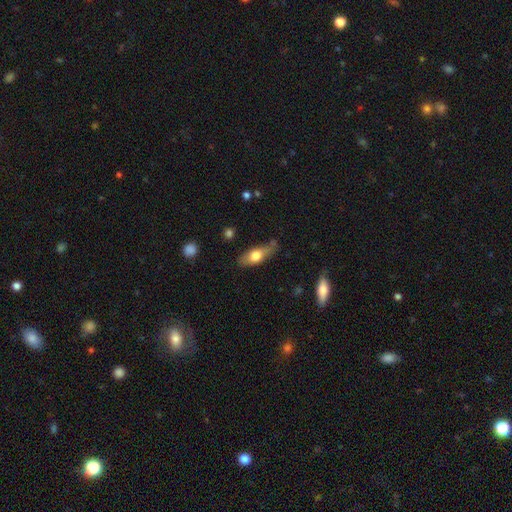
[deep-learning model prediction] Overall: smooth (64%; featured or disk 30%). How rounded: in between (67%; cigar-shaped 29%). Merging: none (69%).